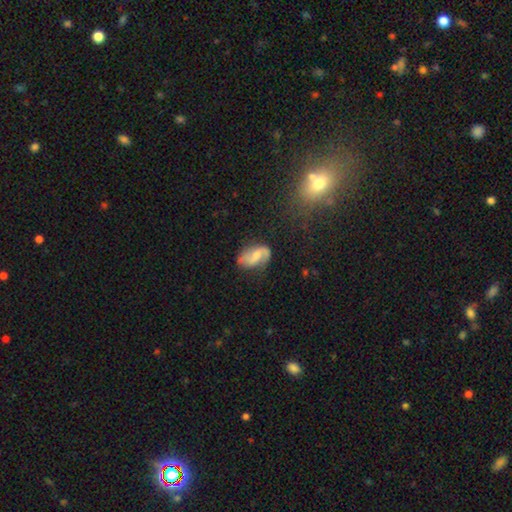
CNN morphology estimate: Overall: featured or disk (66%; smooth 27%). Edge-on disk: no (97%). Bar: weak (46%; no 39%). Spiral arms: yes (91%). Spiral arm count: 2 (86%). Spiral winding: loose (54%; medium 34%). Bulge size: small (37%; moderate 36%). Merging: none (64%).